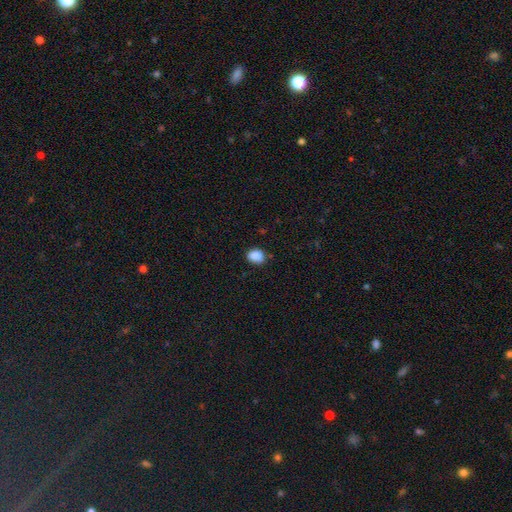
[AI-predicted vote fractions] smooth 88%, star or artifact 9%, featured or disk 3%. Down the decision tree: how rounded — in between (53%); merging — none (77%).